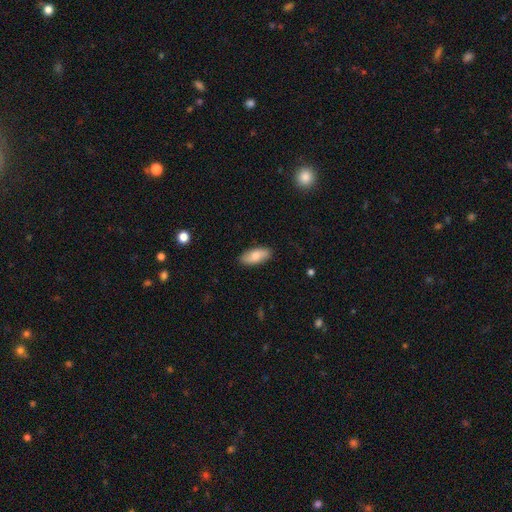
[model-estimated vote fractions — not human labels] smooth 78%, featured or disk 16%, star or artifact 6%. Down the decision tree: how rounded — in between (86%); merging — none (88%).